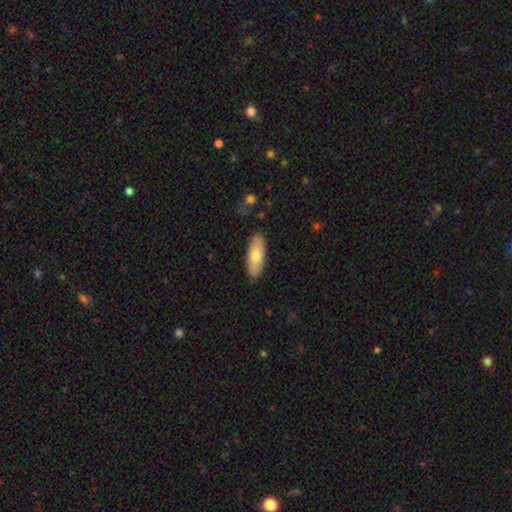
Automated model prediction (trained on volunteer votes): Q: Smooth or featured?
A: smooth (71%); runner-up: featured or disk (23%)
Q: How rounded?
A: in between (74%); runner-up: cigar-shaped (24%)
Q: Merging?
A: none (88%); runner-up: minor disturbance (9%)